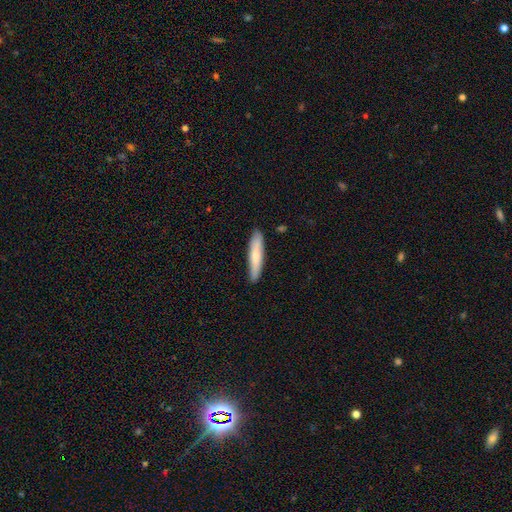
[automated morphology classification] Smooth or featured? smooth (70%)
How rounded? cigar-shaped (86%)
Merging? none (87%)